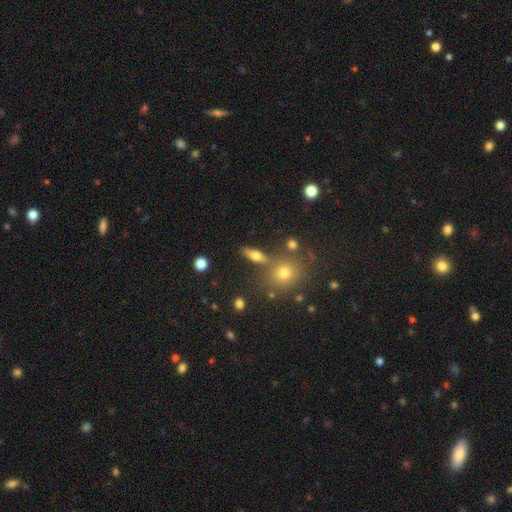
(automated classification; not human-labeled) Q: Smooth or featured?
A: smooth (51%); runner-up: featured or disk (37%)
Q: How rounded?
A: in between (48%); runner-up: cigar-shaped (37%)
Q: Merging?
A: none (71%); runner-up: minor disturbance (12%)